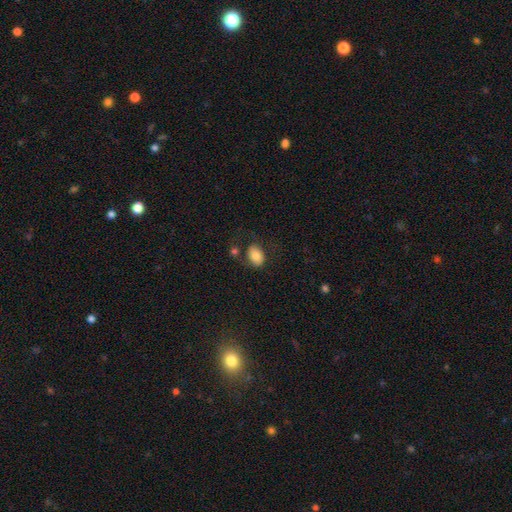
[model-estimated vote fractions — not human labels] Smooth or featured: smooth — 82% (featured or disk — 10%)
How rounded: in between — 84% (round — 15%)
Merging: none — 63% (minor disturbance — 19%)